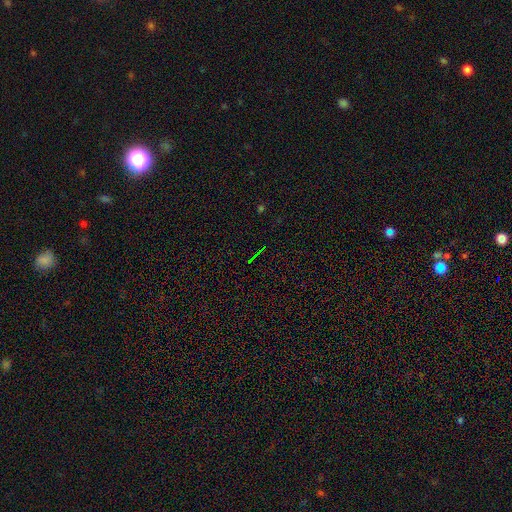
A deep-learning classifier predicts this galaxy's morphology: Smooth or featured? Predicted: star or artifact (p=0.74).